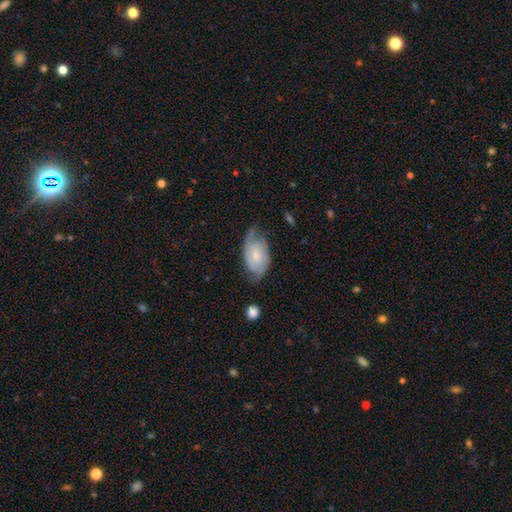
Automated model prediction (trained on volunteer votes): This is likely a featured or disk galaxy (64%). It is clearly not viewed edge-on (95%). Bar: likely no (66%). Spiral arm pattern: clearly yes (89%). Spiral arm count: likely 2 (69%). Spiral winding: marginally medium (42%). Central bulge: marginally small (44%). Merging: possibly none (58%).